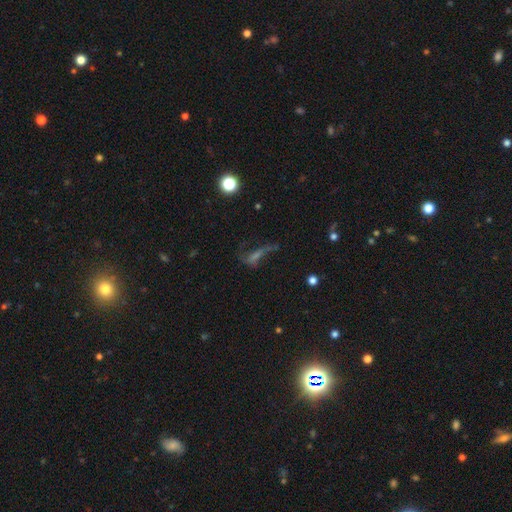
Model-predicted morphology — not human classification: type=featured or disk (47%); merging=none (44%).